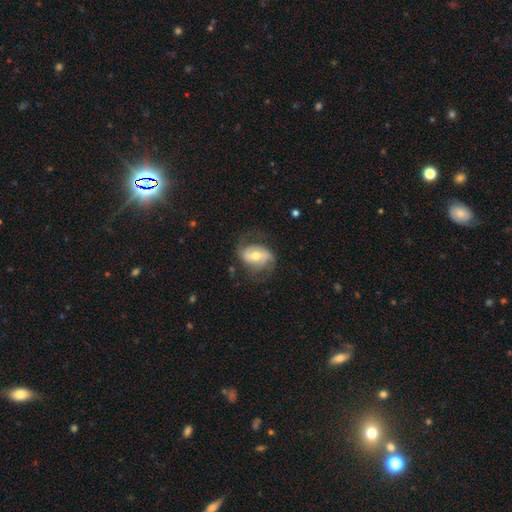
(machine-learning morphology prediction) featured or disk 65%, smooth 28%, star or artifact 7%. Down the decision tree: edge-on disk — no (95%); bar — weak (39%); spiral arms — yes (81%); spiral arm count — 2 (79%); spiral winding — loose (42%); bulge size — moderate (67%); merging — none (61%).